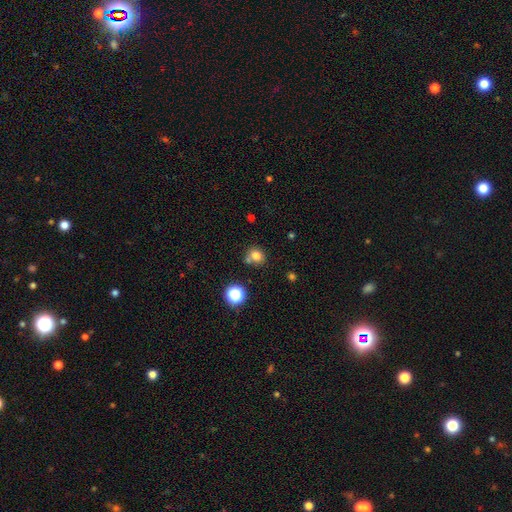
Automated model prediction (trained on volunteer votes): Smooth or featured? smooth (77%)
How rounded? round (73%)
Merging? none (64%)